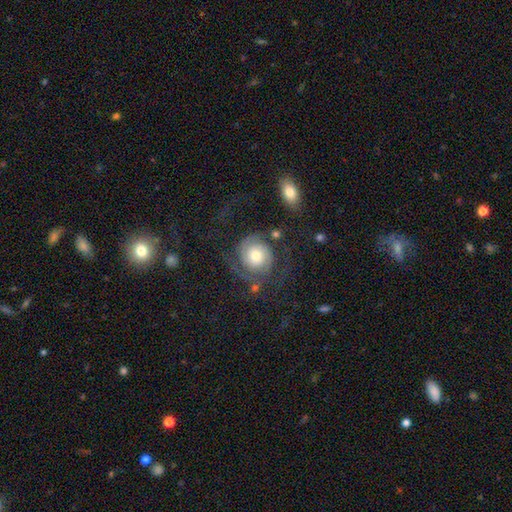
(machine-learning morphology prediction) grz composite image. It shows a featured or disk galaxy (77%) with no bar (76%), 2 (70%) tight (45%) spiral arms (94%) and a moderate central bulge (59%). Merging: none (61%).